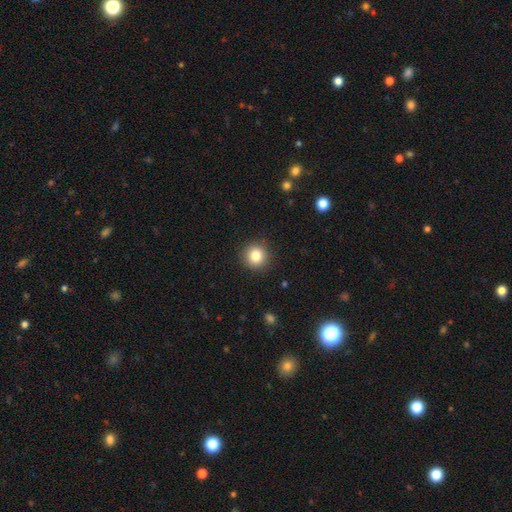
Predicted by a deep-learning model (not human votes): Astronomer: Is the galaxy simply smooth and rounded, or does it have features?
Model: smooth — 83%.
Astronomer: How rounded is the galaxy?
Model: round — 94%.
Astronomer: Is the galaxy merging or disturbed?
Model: none — 92%.